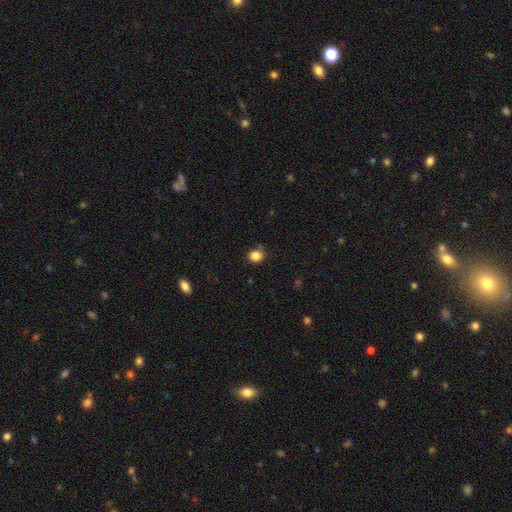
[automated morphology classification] Q: Smooth or featured?
A: smooth (85%); runner-up: star or artifact (11%)
Q: How rounded?
A: round (81%); runner-up: in between (18%)
Q: Merging?
A: none (77%); runner-up: minor disturbance (17%)